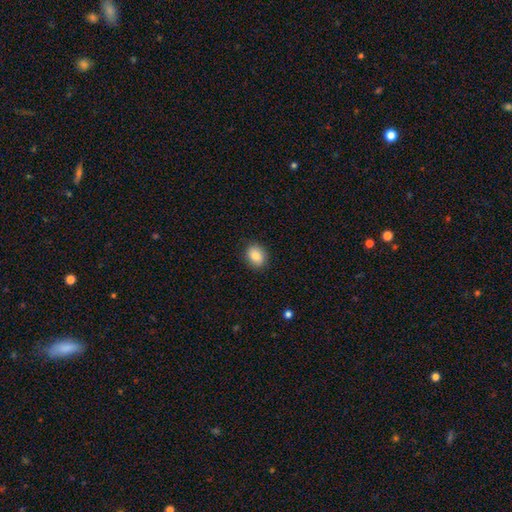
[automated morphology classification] Smooth or featured: smooth — 87% (star or artifact — 8%)
How rounded: in between — 50% (round — 49%)
Merging: none — 88% (minor disturbance — 9%)